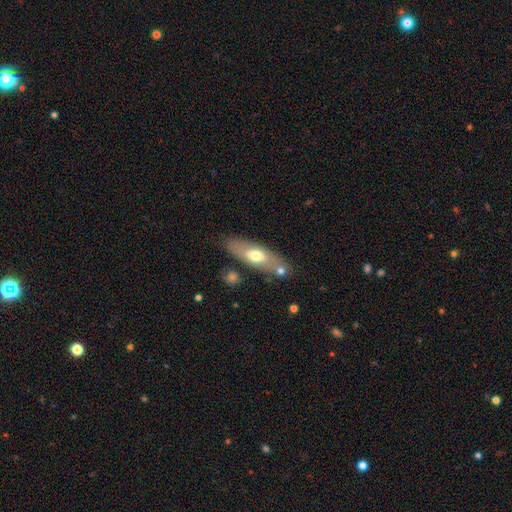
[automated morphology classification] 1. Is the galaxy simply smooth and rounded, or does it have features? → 58% smooth, 36% featured or disk, 6% star or artifact.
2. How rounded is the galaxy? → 63% in between, 34% cigar-shaped, 3% round.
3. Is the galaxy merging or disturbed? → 74% none, 14% minor disturbance, 8% merger, 4% major disturbance.